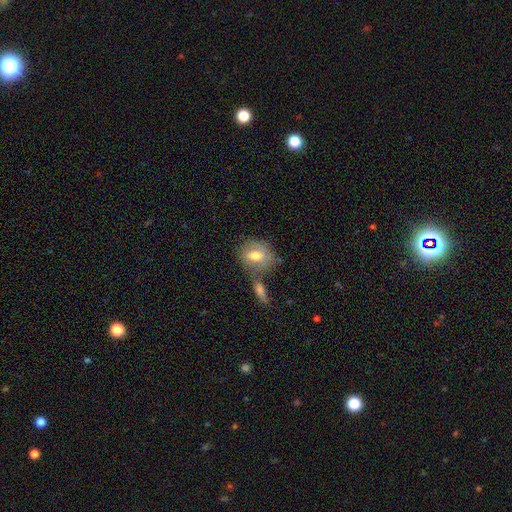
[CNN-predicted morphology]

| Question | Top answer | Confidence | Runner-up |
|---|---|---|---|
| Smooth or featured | smooth | 71% | featured or disk (22%) |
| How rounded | in between | 51% | round (46%) |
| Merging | none | 54% | merger (23%) |